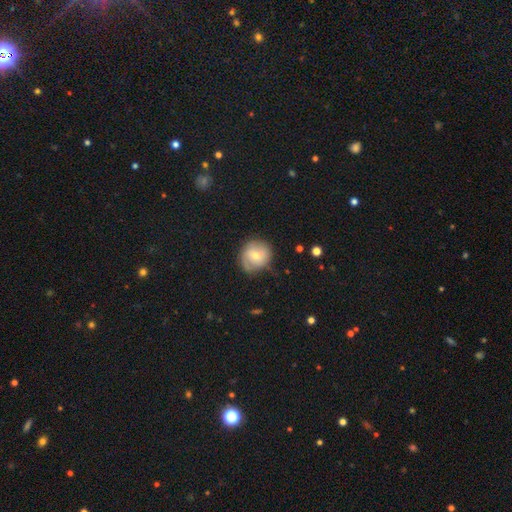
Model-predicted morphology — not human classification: This is possibly a smooth galaxy (57%). How rounded: clearly round (85%). Merging: likely none (69%).